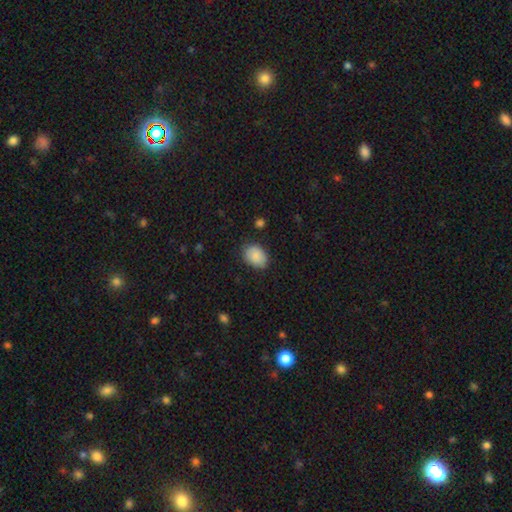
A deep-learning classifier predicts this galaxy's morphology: This appears to be a smooth galaxy with no disk features (86%) that is in between round and cigar-shaped (70%). Merging: none (79%).